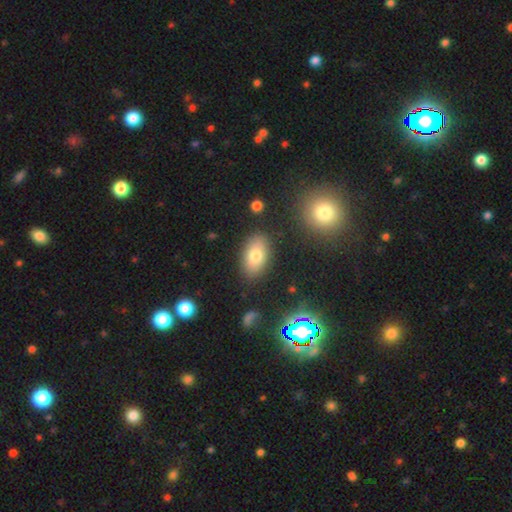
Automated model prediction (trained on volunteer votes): Morphology: type=smooth (75%); roundness=in between (91%); merging=none (84%).